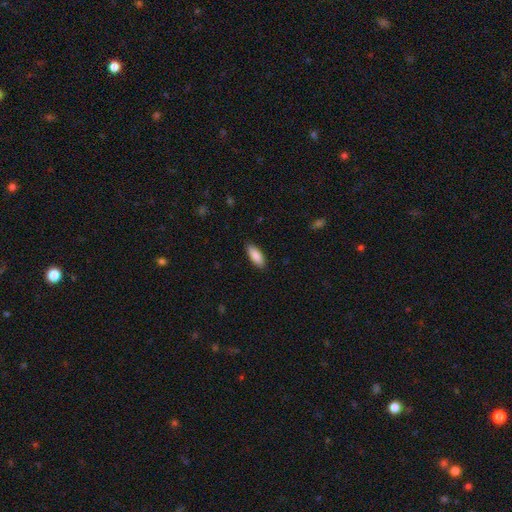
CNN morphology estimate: type=smooth (87%); roundness=in between (78%); merging=none (88%).